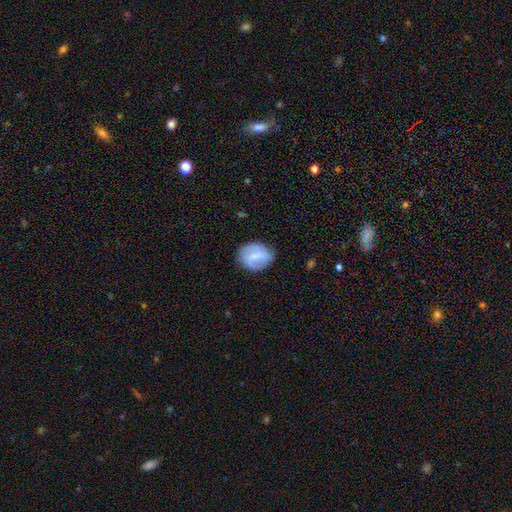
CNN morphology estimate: The model was most divided on "smooth or featured": featured or disk: 50%, smooth: 43%, star or artifact: 7%. More confident: edge-on disk — no (97%); merging — none (71%).